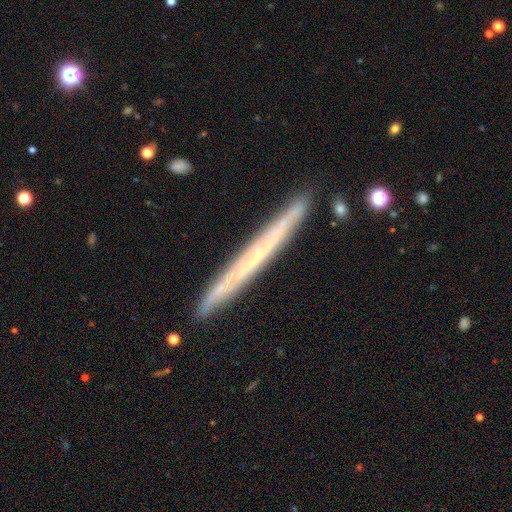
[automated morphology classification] A featured or disk galaxy (58%) viewed edge-on (95%) with no central bulge (87%). Merging: none (89%).